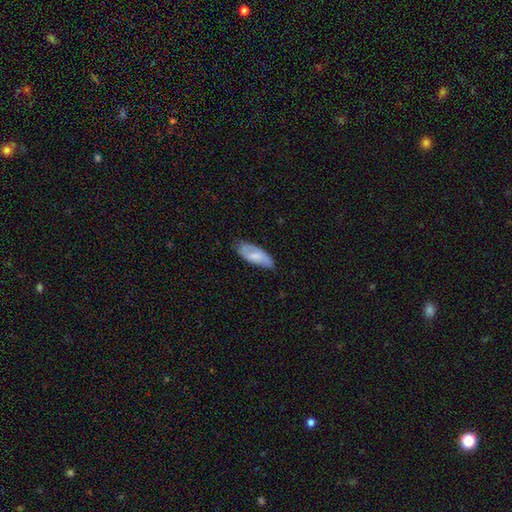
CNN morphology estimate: Smooth or featured: smooth — 59% (featured or disk — 35%)
How rounded: in between — 79% (cigar-shaped — 18%)
Merging: none — 63% (minor disturbance — 28%)